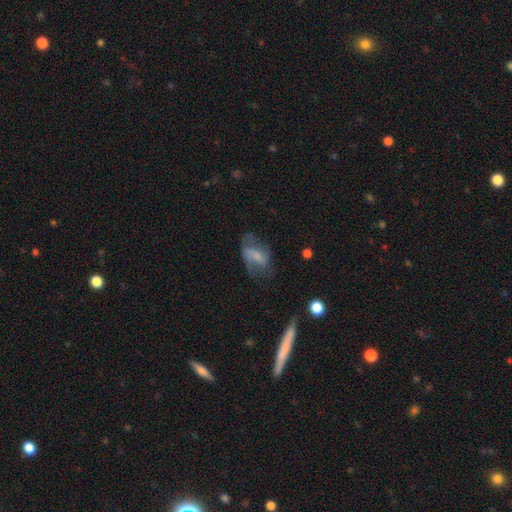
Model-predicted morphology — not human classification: type=featured or disk (48%); merging=none (43%).